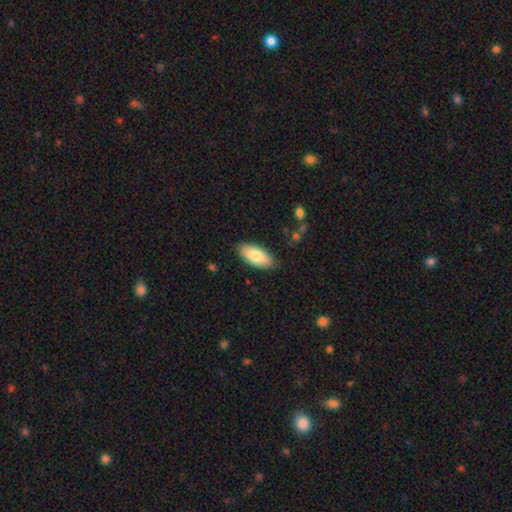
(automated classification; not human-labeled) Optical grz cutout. It shows a smooth galaxy with no disk features (79%) that is in between round and cigar-shaped (88%). Merging: none (87%).